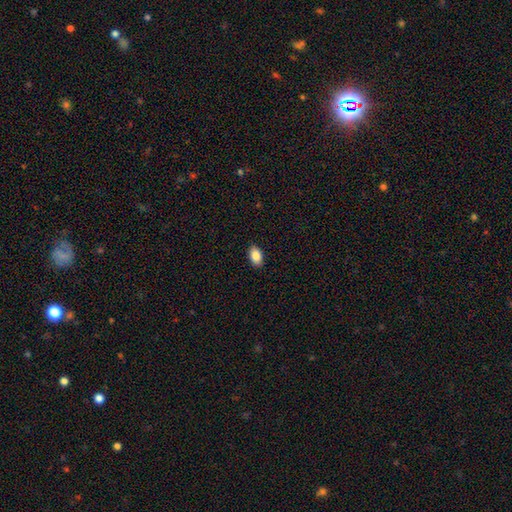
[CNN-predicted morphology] smooth 87%, star or artifact 8%, featured or disk 5%. Down the decision tree: how rounded — in between (92%); merging — none (90%).